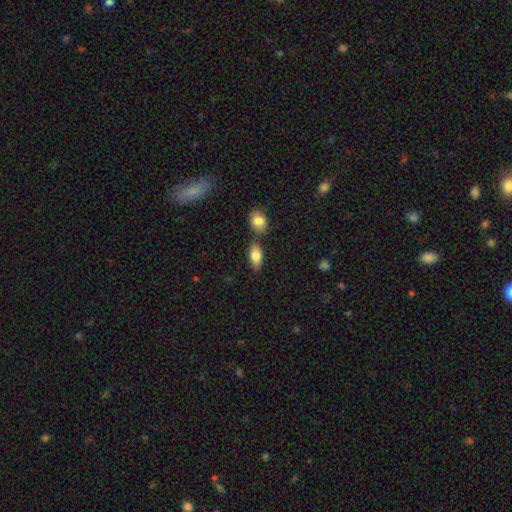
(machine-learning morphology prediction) A smooth galaxy with no disk features (81%) that is in between round and cigar-shaped (87%). Merging: none (68%).